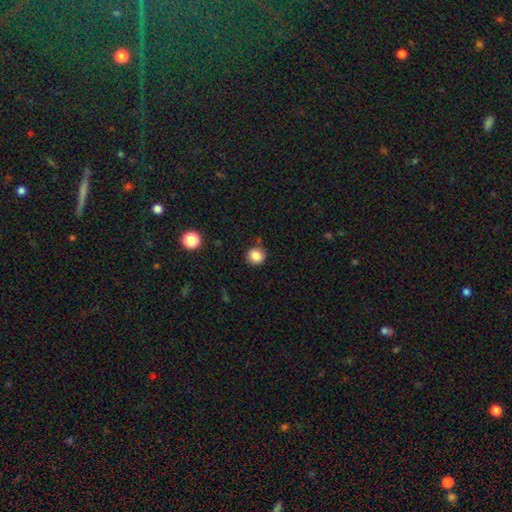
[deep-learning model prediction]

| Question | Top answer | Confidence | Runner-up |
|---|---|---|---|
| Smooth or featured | smooth | 85% | star or artifact (11%) |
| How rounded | round | 91% | in between (8%) |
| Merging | none | 86% | minor disturbance (9%) |